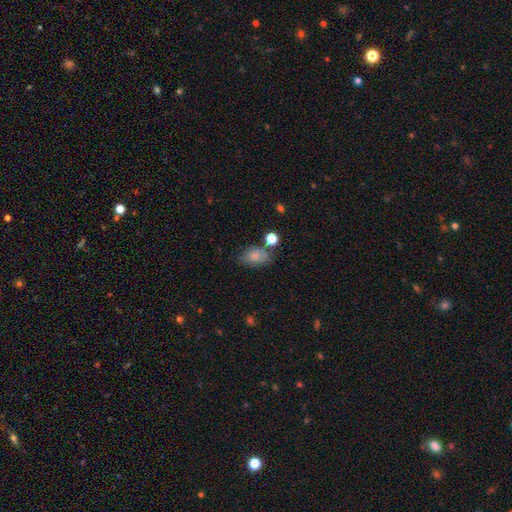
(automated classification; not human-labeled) Smooth or featured?
  - smooth: 79% *
  - featured or disk: 11%
  - star or artifact: 10%
How rounded?
  - in between: 83% *
  - round: 16%
  - cigar-shaped: 2%
Merging?
  - none: 61% *
  - minor disturbance: 20%
  - merger: 12%
  - major disturbance: 7%